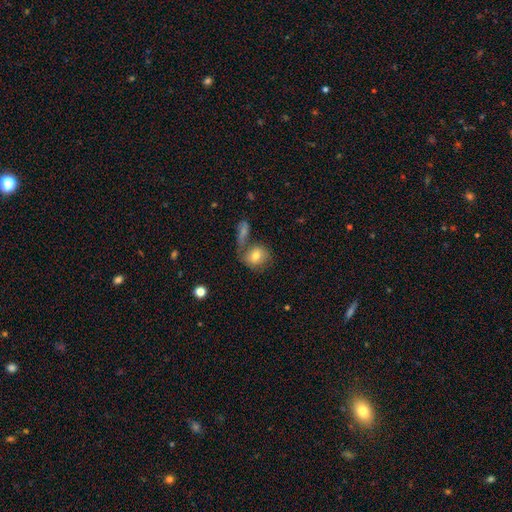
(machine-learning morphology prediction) Overall: smooth (70%). How rounded: round (64%; in between 34%). Merging: none (44%; merger 34%).